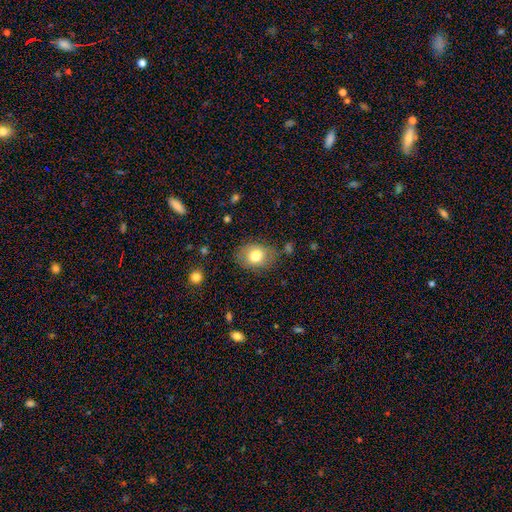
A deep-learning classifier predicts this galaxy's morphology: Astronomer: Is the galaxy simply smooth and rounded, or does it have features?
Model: smooth — 78%.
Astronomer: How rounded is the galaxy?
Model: in between — 62% (runner-up: round, 37%).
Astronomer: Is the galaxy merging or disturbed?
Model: none — 79%.